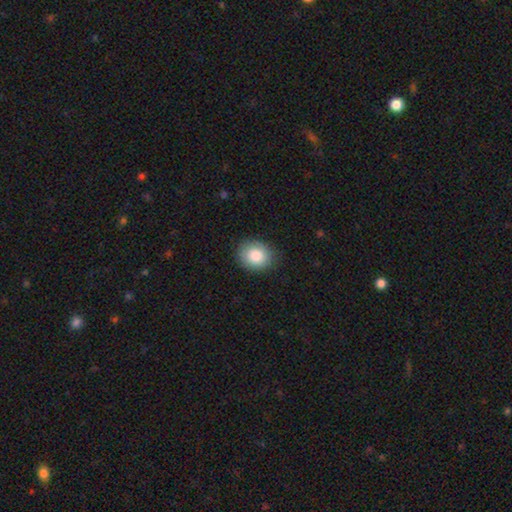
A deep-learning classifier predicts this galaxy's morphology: smooth 85%, star or artifact 8%, featured or disk 7%. Down the decision tree: how rounded — round (61%); merging — none (85%).